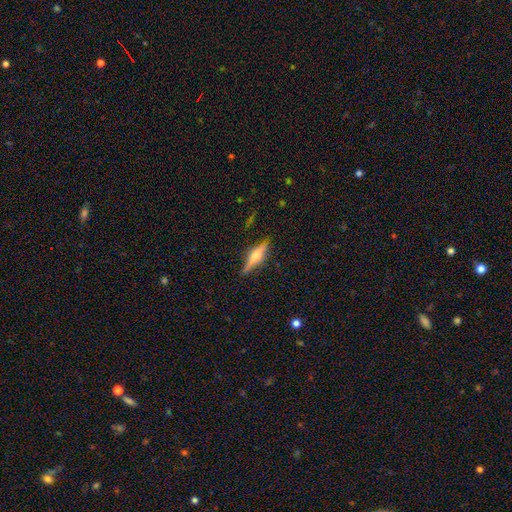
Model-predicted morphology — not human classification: Smooth or featured? featured or disk (53%)
Edge-on disk? yes (94%)
Merging? none (82%)